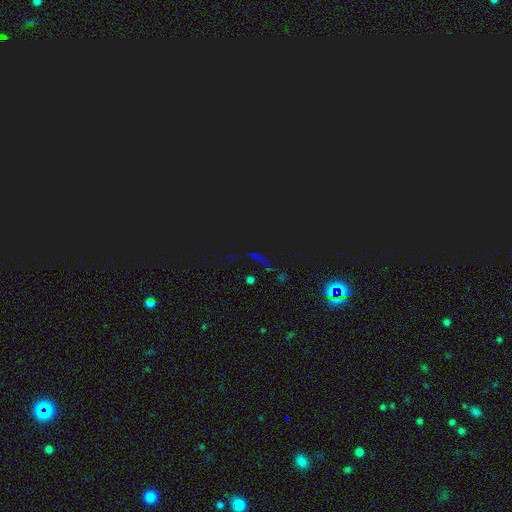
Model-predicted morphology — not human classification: Smooth or featured? star or artifact (76%)